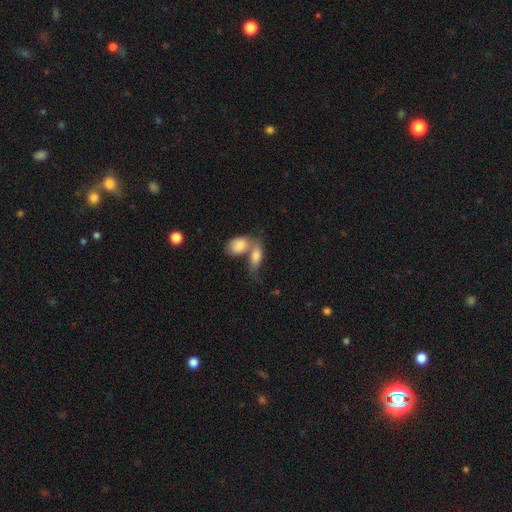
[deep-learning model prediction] Q: Smooth or featured?
A: smooth (78%); runner-up: featured or disk (16%)
Q: How rounded?
A: in between (86%); runner-up: round (7%)
Q: Merging?
A: merger (64%); runner-up: none (22%)